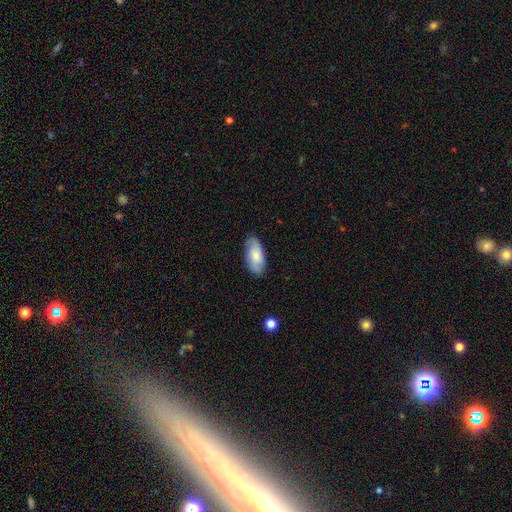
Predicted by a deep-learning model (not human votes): Smooth or featured? Predicted: smooth (p=0.73). How rounded? Predicted: in between (p=0.92). Merging? Predicted: none (p=0.83).